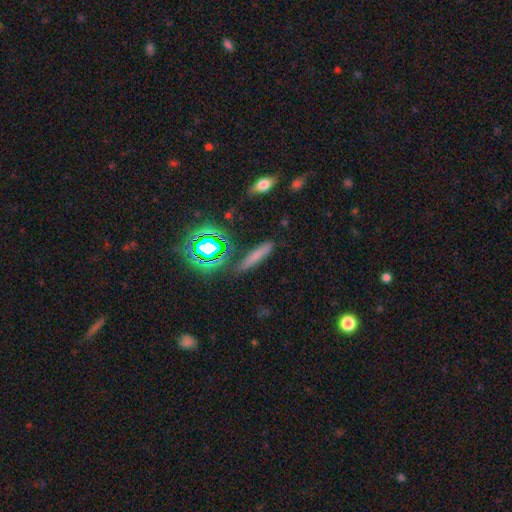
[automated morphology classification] smooth 64%, star or artifact 21%, featured or disk 15%. Down the decision tree: how rounded — cigar-shaped (83%); merging — none (81%).